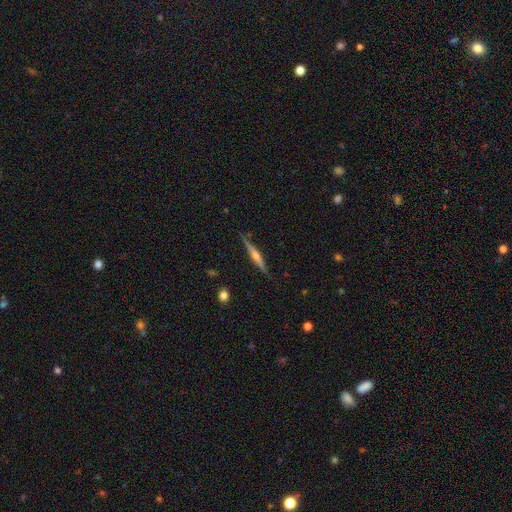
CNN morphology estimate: type=featured or disk (75%); edge-on=yes (98%); edge-on bulge=rounded (87%); merging=none (88%).